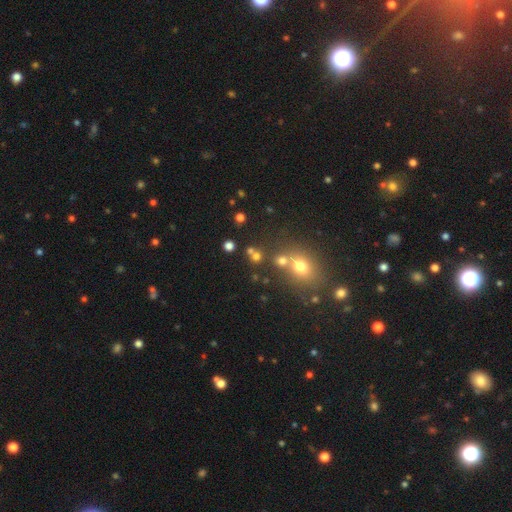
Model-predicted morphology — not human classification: A smooth galaxy with no disk features (66%) that is round (83%).

Vote fractions:
- Smooth or featured? smooth: 66% / star or artifact: 23% / featured or disk: 11%
- How rounded? round: 83% / in between: 16% / cigar-shaped: 1%
- Merging? none: 60% / merger: 28% / minor disturbance: 8% / major disturbance: 4%